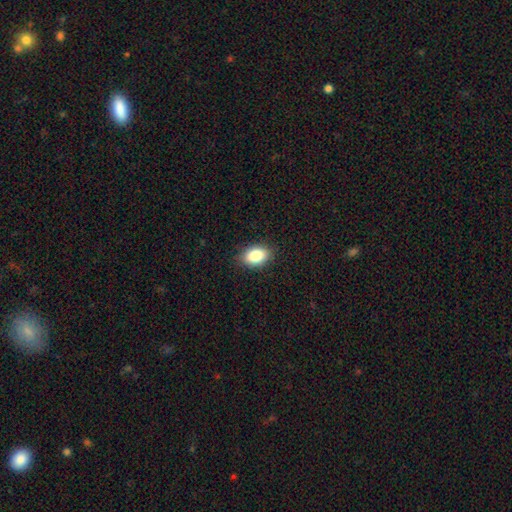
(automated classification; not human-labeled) Q: Smooth or featured?
A: smooth (85%); runner-up: star or artifact (8%)
Q: How rounded?
A: in between (86%); runner-up: round (13%)
Q: Merging?
A: none (87%); runner-up: minor disturbance (9%)